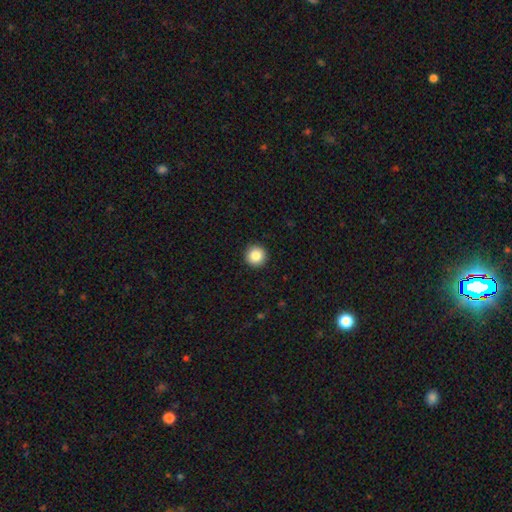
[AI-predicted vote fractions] The model was most divided on "smooth or featured": smooth: 86%, star or artifact: 9%, featured or disk: 5%. More confident: how rounded — round (96%); merging — none (94%).